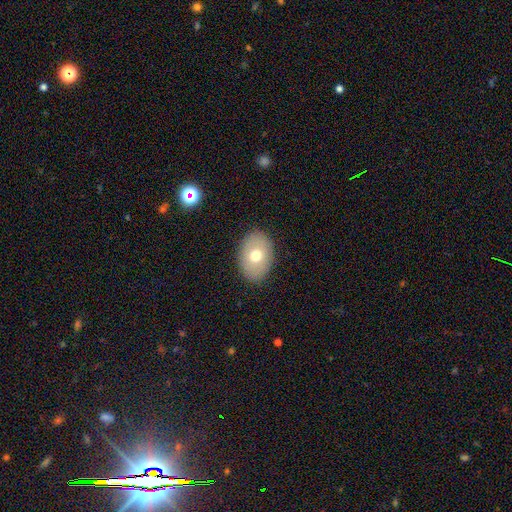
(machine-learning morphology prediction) This appears to be a smooth galaxy with no disk features (68%) that is in between round and cigar-shaped (80%). Merging: none (88%).